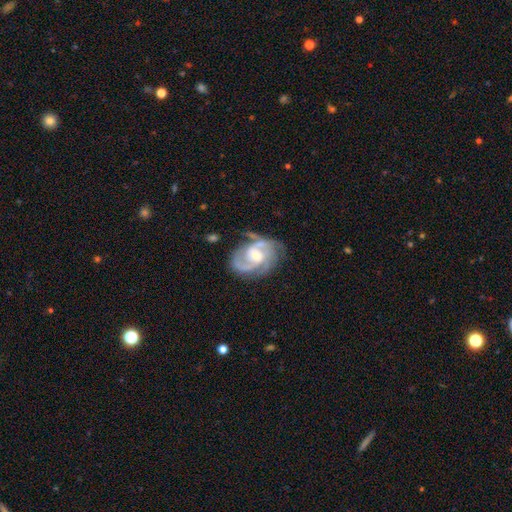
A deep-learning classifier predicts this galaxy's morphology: featured or disk 90%, smooth 6%, star or artifact 5%. Down the decision tree: edge-on disk — no (98%); bar — no (47%); spiral arms — yes (97%); spiral arm count — 2 (50%); spiral winding — medium (47%); bulge size — moderate (49%); merging — none (64%).